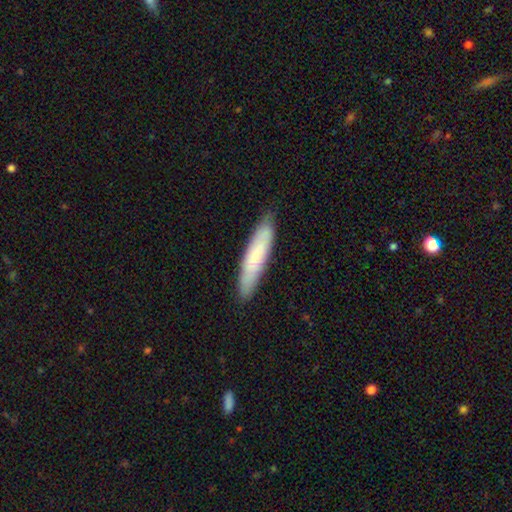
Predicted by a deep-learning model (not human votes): Smooth or featured? Predicted: smooth (p=0.65). How rounded? Predicted: cigar-shaped (p=0.83). Merging? Predicted: none (p=0.84).